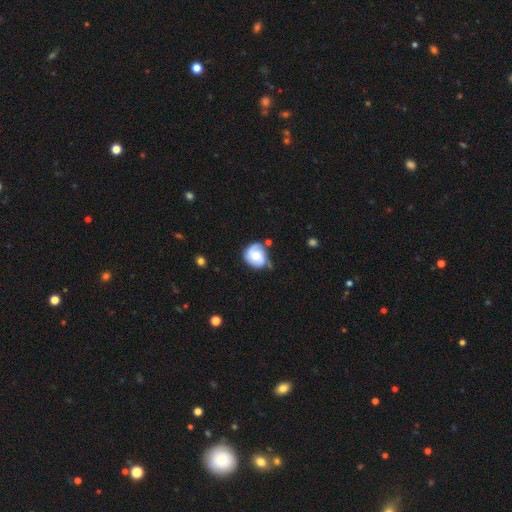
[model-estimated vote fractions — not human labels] Smooth or featured? featured or disk (49%)
Merging? none (51%)